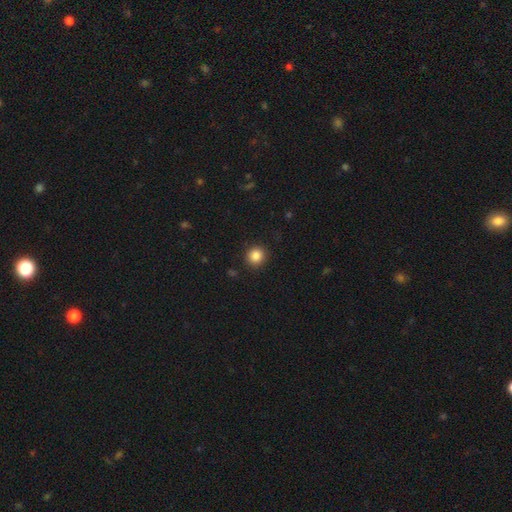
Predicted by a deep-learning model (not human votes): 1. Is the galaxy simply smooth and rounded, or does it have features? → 85% smooth, 10% star or artifact, 4% featured or disk.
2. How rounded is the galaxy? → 91% round, 8% in between, 1% cigar-shaped.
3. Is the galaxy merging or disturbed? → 91% none, 6% minor disturbance, 2% major disturbance, 1% merger.